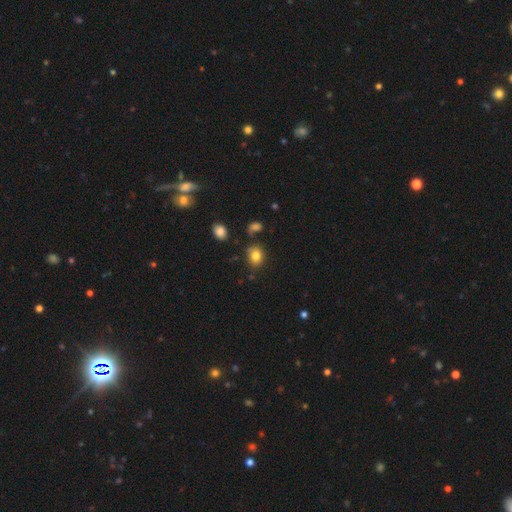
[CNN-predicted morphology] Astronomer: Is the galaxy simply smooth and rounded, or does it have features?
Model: smooth — 82%.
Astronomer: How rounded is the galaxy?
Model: in between — 52% (runner-up: round, 47%).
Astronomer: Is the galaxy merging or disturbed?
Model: none — 75%.